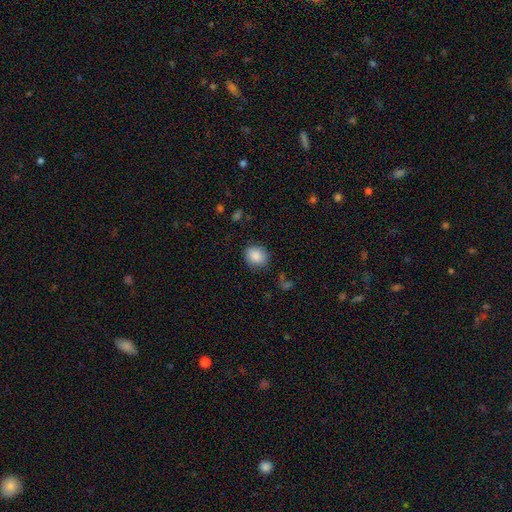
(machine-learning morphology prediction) smooth-or-featured: smooth: 88% | star or artifact: 8% | featured or disk: 4%
  how-rounded: round: 64% | in between: 35% | cigar-shaped: 1%
  merging: none: 82% | minor disturbance: 13% | major disturbance: 3% | merger: 1%